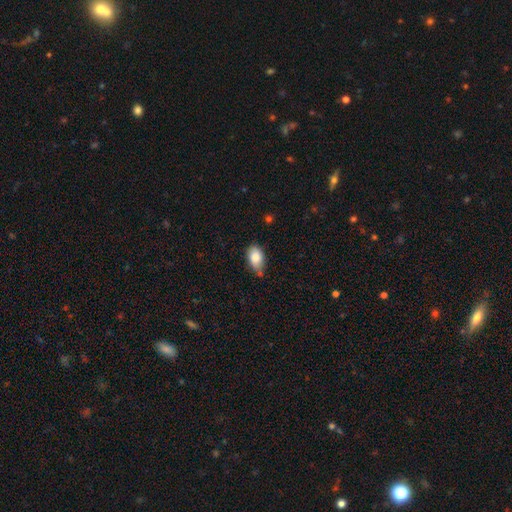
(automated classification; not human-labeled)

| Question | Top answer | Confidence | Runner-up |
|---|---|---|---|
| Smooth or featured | smooth | 84% | featured or disk (8%) |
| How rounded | in between | 89% | round (9%) |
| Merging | none | 58% | minor disturbance (31%) |